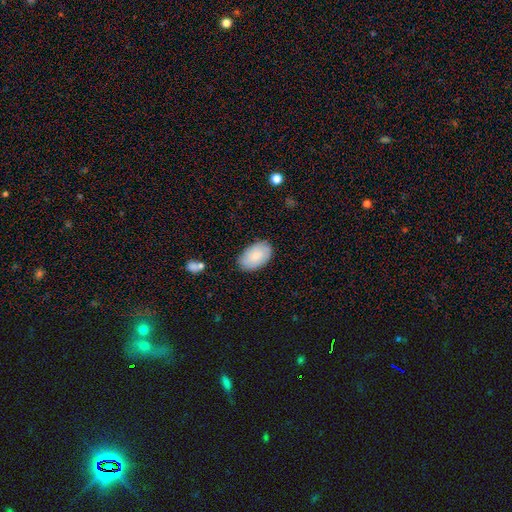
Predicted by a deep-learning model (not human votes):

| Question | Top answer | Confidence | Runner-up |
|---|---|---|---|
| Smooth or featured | smooth | 82% | featured or disk (12%) |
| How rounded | in between | 94% | round (5%) |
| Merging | none | 84% | minor disturbance (13%) |